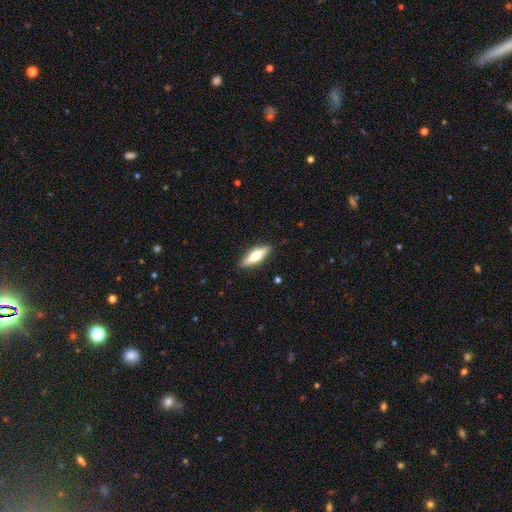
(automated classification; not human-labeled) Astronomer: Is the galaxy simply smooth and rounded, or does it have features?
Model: smooth — 55% (runner-up: featured or disk, 39%).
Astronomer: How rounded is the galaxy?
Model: cigar-shaped — 55% (runner-up: in between, 43%).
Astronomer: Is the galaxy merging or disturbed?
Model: none — 89%.